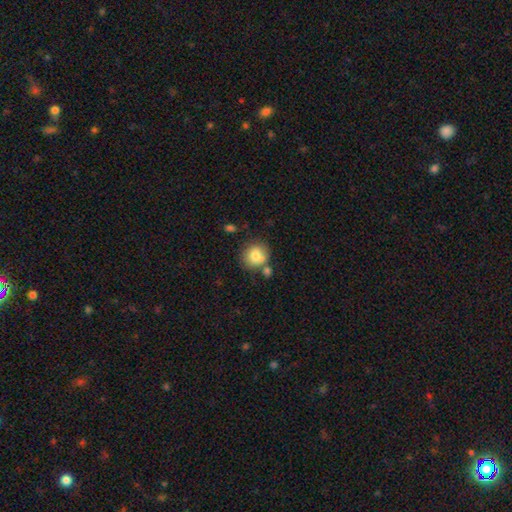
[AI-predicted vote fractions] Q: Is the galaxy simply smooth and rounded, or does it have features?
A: smooth — 80%.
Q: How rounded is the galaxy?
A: round — 85%.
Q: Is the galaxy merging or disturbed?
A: none — 62%.